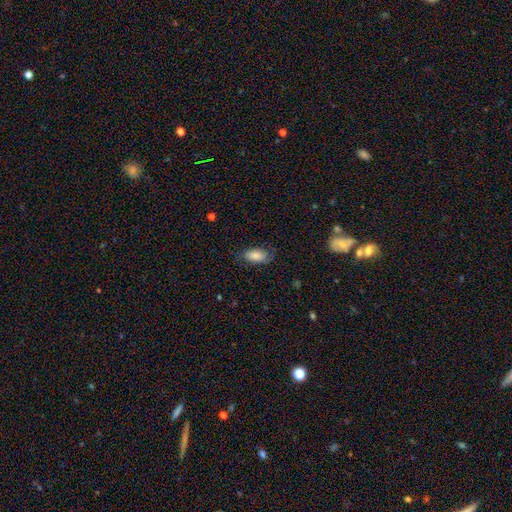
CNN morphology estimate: Smooth or featured? Predicted: smooth (p=0.83). How rounded? Predicted: in between (p=0.91). Merging? Predicted: none (p=0.75).